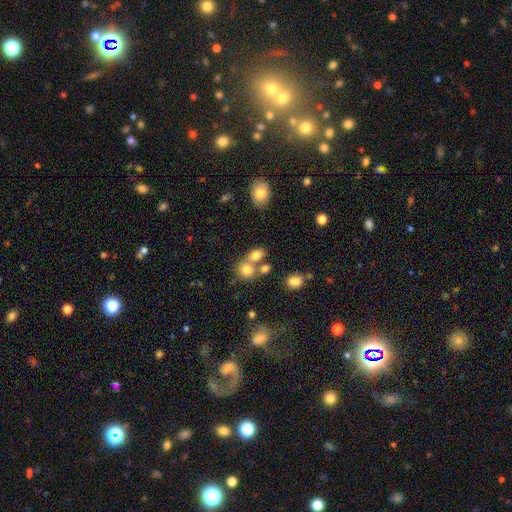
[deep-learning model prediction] smooth-or-featured: smooth: 77% | star or artifact: 12% | featured or disk: 11%
  how-rounded: in between: 54% | round: 45% | cigar-shaped: 2%
  merging: merger: 45% | none: 41% | minor disturbance: 10% | major disturbance: 5%